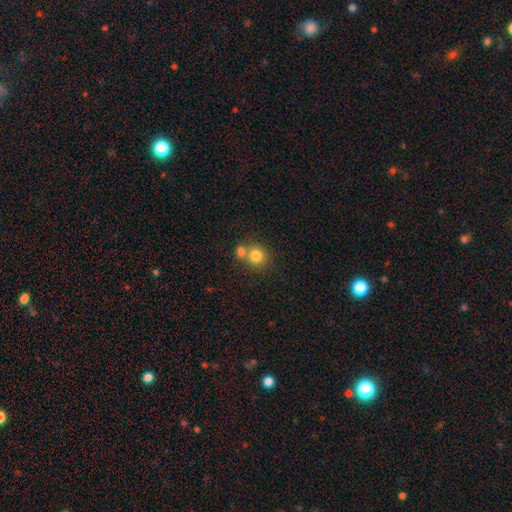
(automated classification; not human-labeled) The model was most divided on "merging": none: 50%, merger: 40%, minor disturbance: 7%, major disturbance: 3%. More confident: how rounded — round (85%); smooth or featured — smooth (81%).